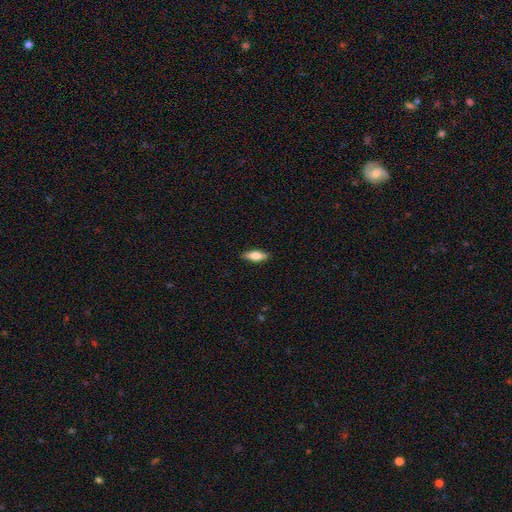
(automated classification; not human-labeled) A smooth galaxy with no disk features (69%) that is in between round and cigar-shaped (63%). Merging: none (89%).